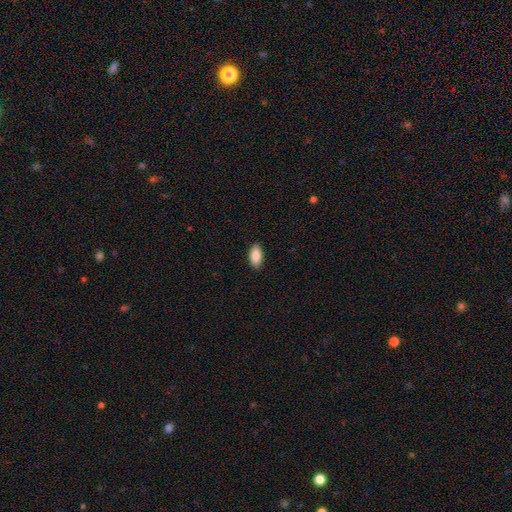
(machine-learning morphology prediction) Smooth or featured: smooth — 86% (featured or disk — 7%)
How rounded: in between — 93% (cigar-shaped — 4%)
Merging: none — 90% (minor disturbance — 7%)